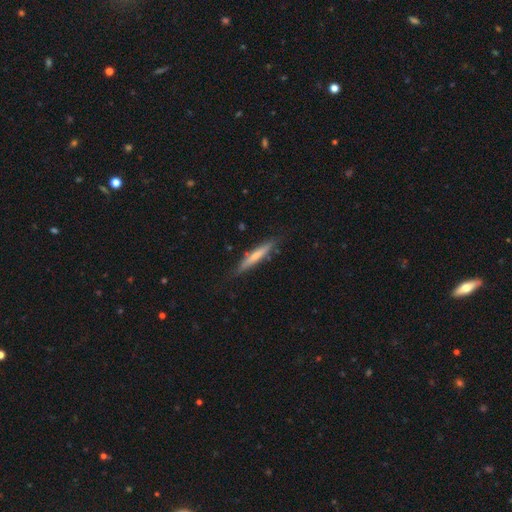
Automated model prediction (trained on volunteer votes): Smooth or featured: smooth — 56% (featured or disk — 39%)
How rounded: cigar-shaped — 92% (in between — 7%)
Merging: none — 82% (minor disturbance — 14%)